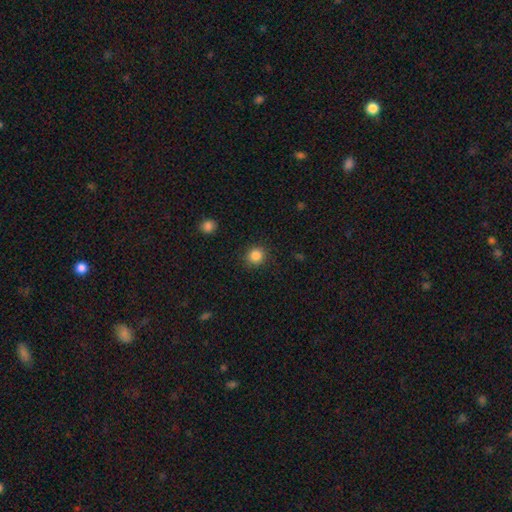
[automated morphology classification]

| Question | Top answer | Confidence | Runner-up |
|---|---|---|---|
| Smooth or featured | smooth | 86% | star or artifact (10%) |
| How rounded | round | 88% | in between (11%) |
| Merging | none | 89% | minor disturbance (7%) |